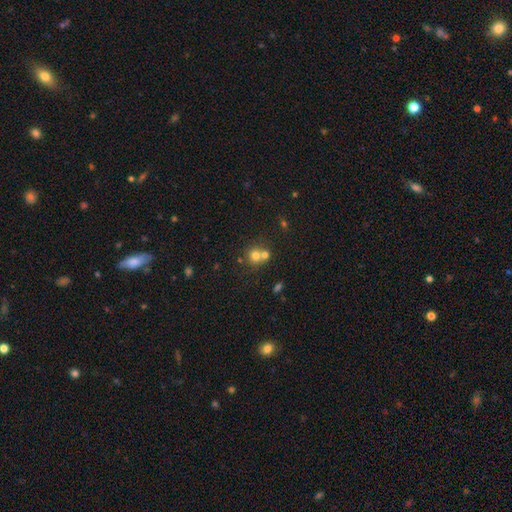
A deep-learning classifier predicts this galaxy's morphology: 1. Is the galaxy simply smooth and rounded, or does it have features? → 70% smooth, 15% featured or disk, 15% star or artifact.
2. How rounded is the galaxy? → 84% round, 15% in between, 1% cigar-shaped.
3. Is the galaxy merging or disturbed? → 47% merger, 43% none, 7% minor disturbance, 3% major disturbance.